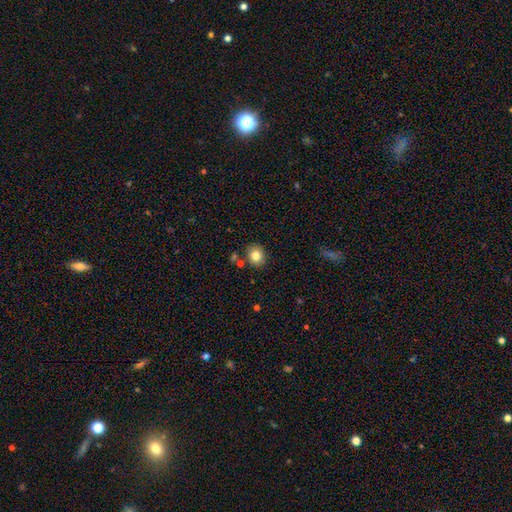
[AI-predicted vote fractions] Q: Smooth or featured?
A: smooth (82%); runner-up: star or artifact (10%)
Q: How rounded?
A: round (76%); runner-up: in between (23%)
Q: Merging?
A: none (84%); runner-up: minor disturbance (9%)